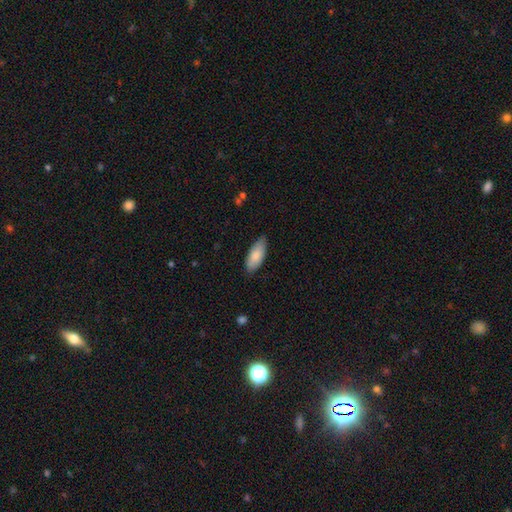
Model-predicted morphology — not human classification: Q: Smooth or featured?
A: smooth (83%); runner-up: featured or disk (12%)
Q: How rounded?
A: in between (84%); runner-up: cigar-shaped (15%)
Q: Merging?
A: none (80%); runner-up: minor disturbance (17%)